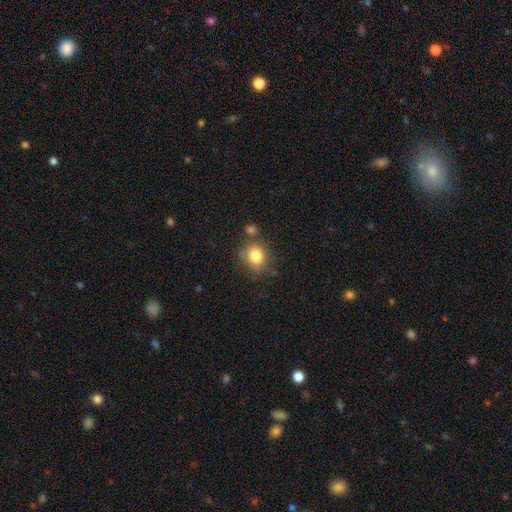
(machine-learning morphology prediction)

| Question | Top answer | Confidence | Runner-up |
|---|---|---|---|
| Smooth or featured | smooth | 81% | star or artifact (11%) |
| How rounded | round | 77% | in between (22%) |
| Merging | none | 70% | minor disturbance (15%) |